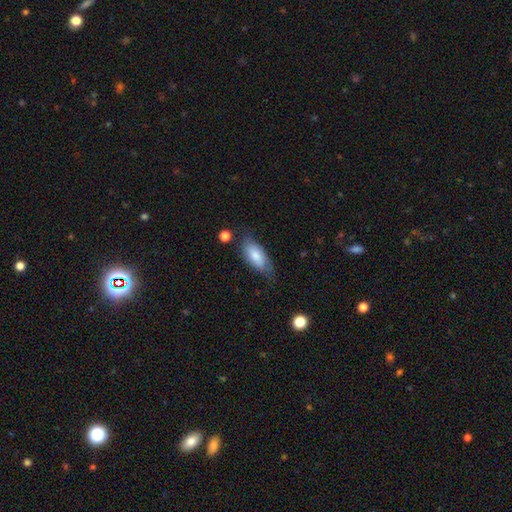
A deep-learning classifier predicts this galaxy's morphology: The model was most divided on "merging": none: 61%, minor disturbance: 28%, major disturbance: 8%, merger: 3%. More confident: how rounded — in between (86%); smooth or featured — smooth (74%).